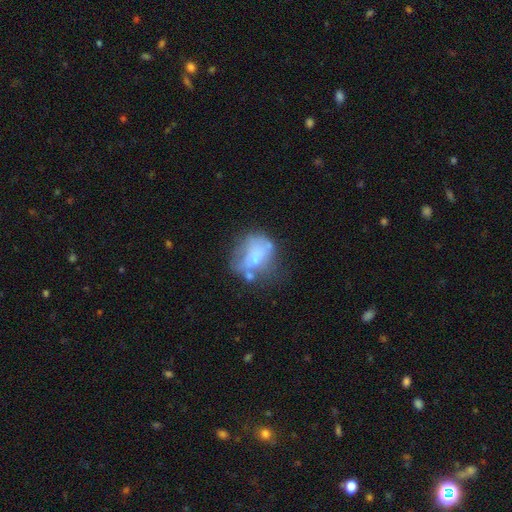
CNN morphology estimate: This is possibly a smooth galaxy (47%). Merging: marginally none (32%).